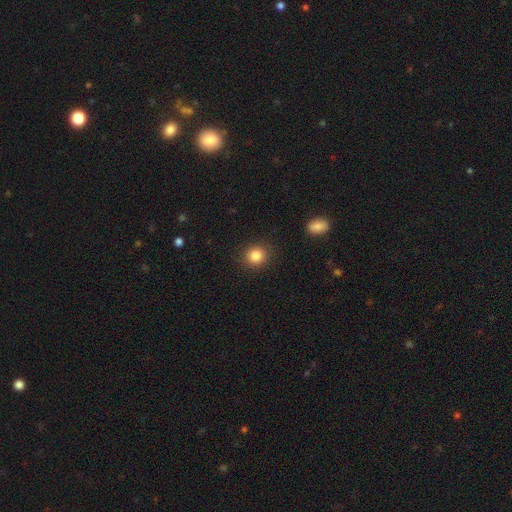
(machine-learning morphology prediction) This is clearly a smooth galaxy (85%). How rounded: clearly round (85%). Merging: clearly none (89%).